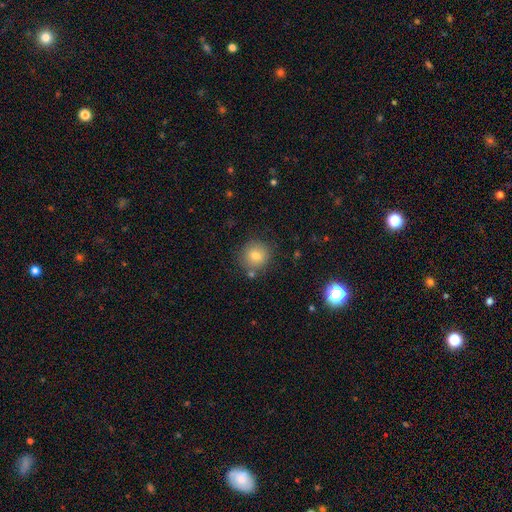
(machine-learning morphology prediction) Overall: smooth (76%). How rounded: round (91%). Merging: none (80%).